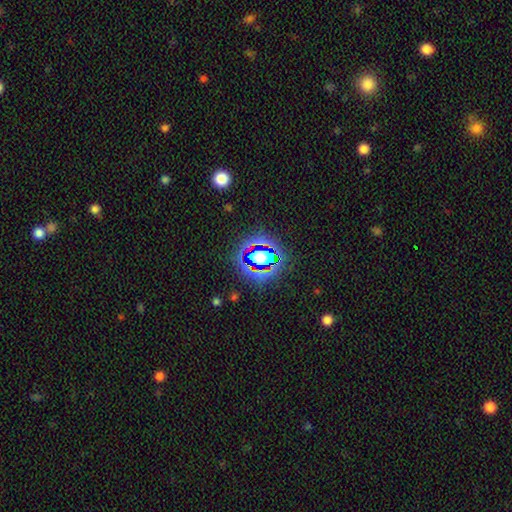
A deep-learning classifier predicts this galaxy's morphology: Smooth or featured?
  - star or artifact: 74% *
  - smooth: 17%
  - featured or disk: 9%